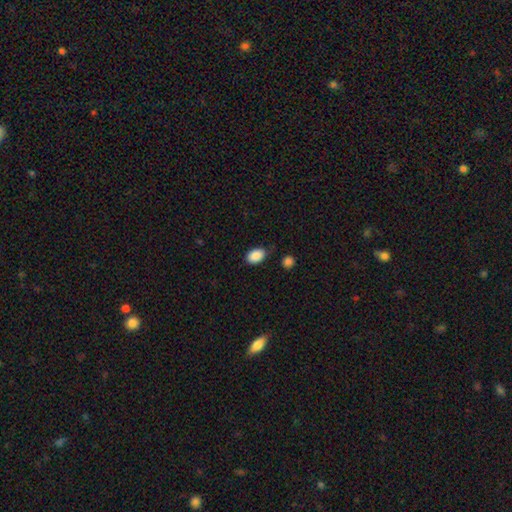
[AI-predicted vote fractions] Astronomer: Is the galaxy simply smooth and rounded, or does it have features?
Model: smooth — 89%.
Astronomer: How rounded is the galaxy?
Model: in between — 86%.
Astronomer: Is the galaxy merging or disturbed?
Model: none — 74%.